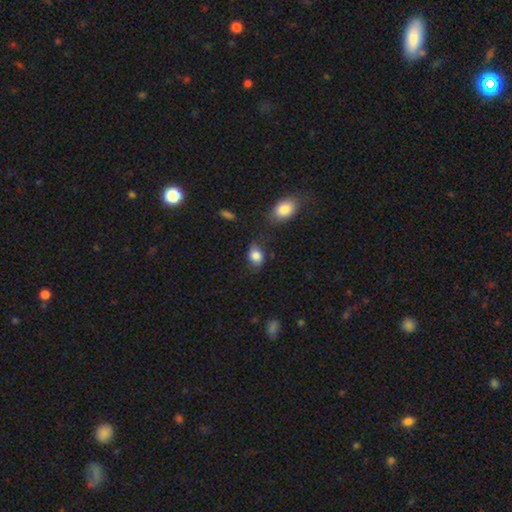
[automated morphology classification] smooth 83%, featured or disk 10%, star or artifact 8%. Down the decision tree: how rounded — in between (68%); merging — none (63%).